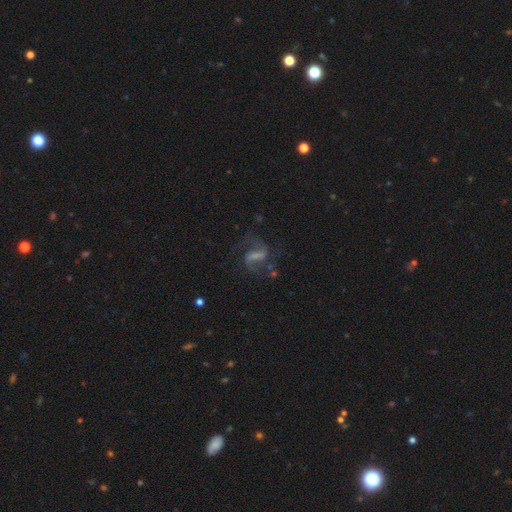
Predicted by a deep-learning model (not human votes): This is likely a featured or disk galaxy (76%). It is clearly not viewed edge-on (95%). Bar: possibly strong (48%). Spiral arm pattern: clearly yes (92%). Spiral arm count: clearly 2 (88%). Spiral winding: possibly loose (46%). Central bulge: possibly none (49%). Merging: likely none (67%).